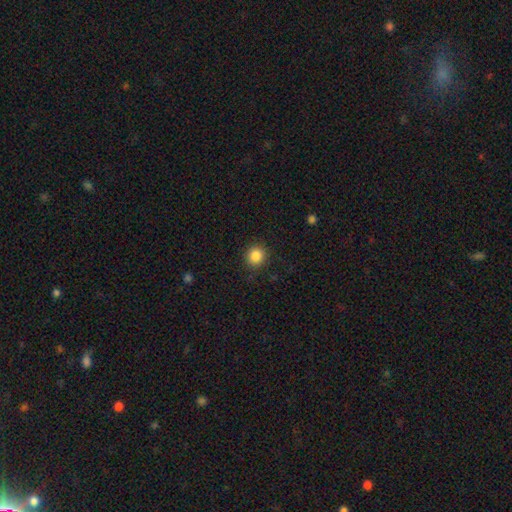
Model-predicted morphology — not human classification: The model was most divided on "smooth or featured": smooth: 86%, star or artifact: 10%, featured or disk: 4%. More confident: merging — none (90%); how rounded — round (89%).